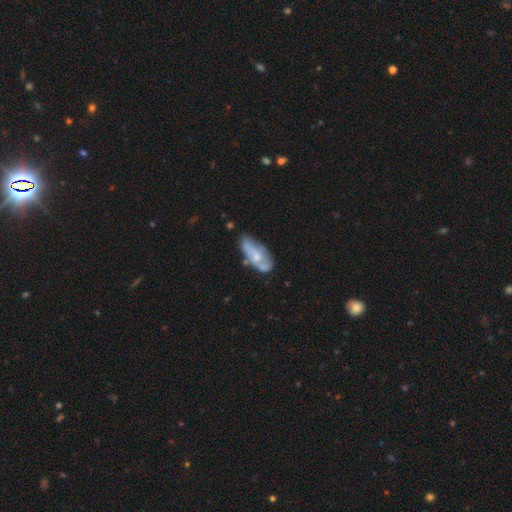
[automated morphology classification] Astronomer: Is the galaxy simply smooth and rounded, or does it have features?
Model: featured or disk — 54% (runner-up: smooth, 39%).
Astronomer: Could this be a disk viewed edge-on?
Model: no — 90%.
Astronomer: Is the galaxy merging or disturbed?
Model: none — 43% (runner-up: minor disturbance, 29%).